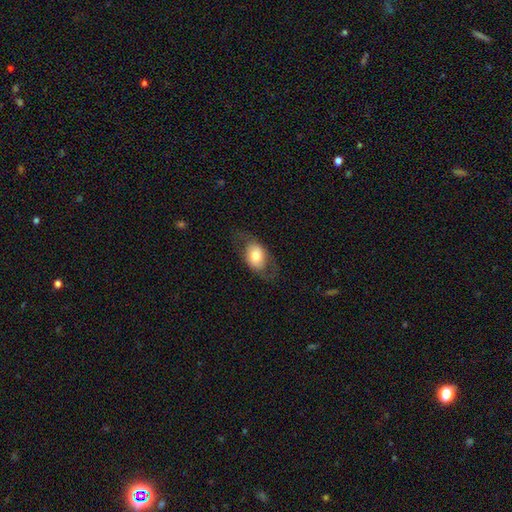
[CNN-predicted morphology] smooth_or_featured: smooth (p=0.60) [alt: featured or disk p=0.34]
how_rounded: in between (p=0.79) [alt: round p=0.19]
merging: none (p=0.70) [alt: minor disturbance p=0.17]